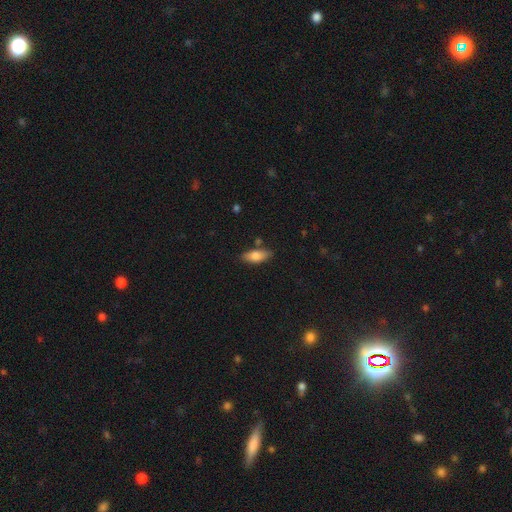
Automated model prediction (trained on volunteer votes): Overall: smooth (79%). How rounded: in between (78%). Merging: none (79%).